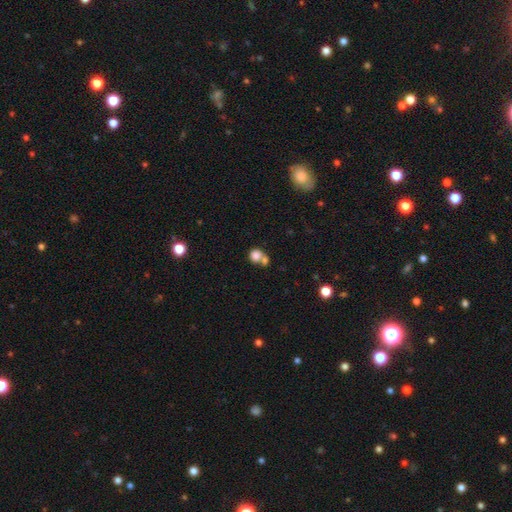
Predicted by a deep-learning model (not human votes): A smooth galaxy with no disk features (80%) that is round (79%).

Vote fractions:
- Smooth or featured? smooth: 80% / star or artifact: 10% / featured or disk: 9%
- How rounded? round: 79% / in between: 20% / cigar-shaped: 1%
- Merging? merger: 50% / none: 38% / minor disturbance: 8% / major disturbance: 4%